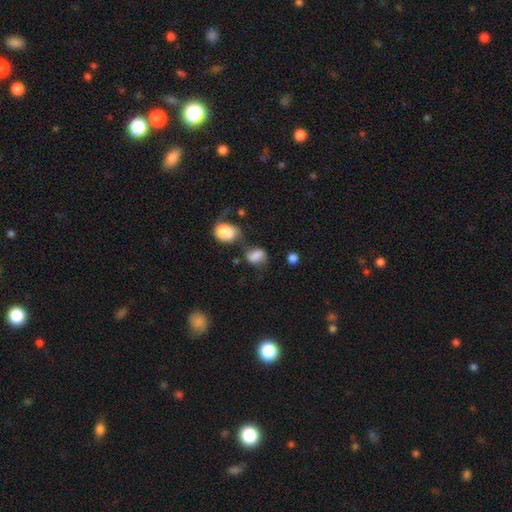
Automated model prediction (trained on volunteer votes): A smooth galaxy with no disk features (68%) that is in between round and cigar-shaped (62%). Merging: none (39%).